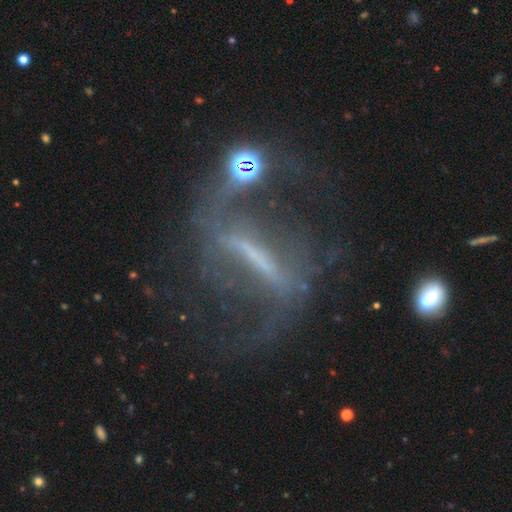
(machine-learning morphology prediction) Smooth or featured?
  - featured or disk: 75% *
  - star or artifact: 13%
  - smooth: 11%
Edge-on disk?
  - no: 76% *
  - yes: 24%
Bar?
  - strong: 78% *
  - weak: 14%
  - no: 8%
Spiral arms?
  - yes: 66% *
  - no: 34%
Bulge size?
  - none: 50% *
  - small: 29%
  - moderate: 15%
  - large: 4%
  - dominant: 2%
Merging?
  - none: 48% *
  - major disturbance: 26%
  - minor disturbance: 16%
  - merger: 9%